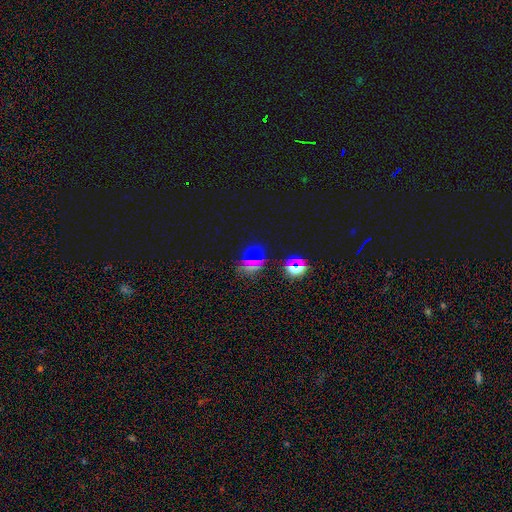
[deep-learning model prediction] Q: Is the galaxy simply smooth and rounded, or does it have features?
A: star or artifact — 55%.